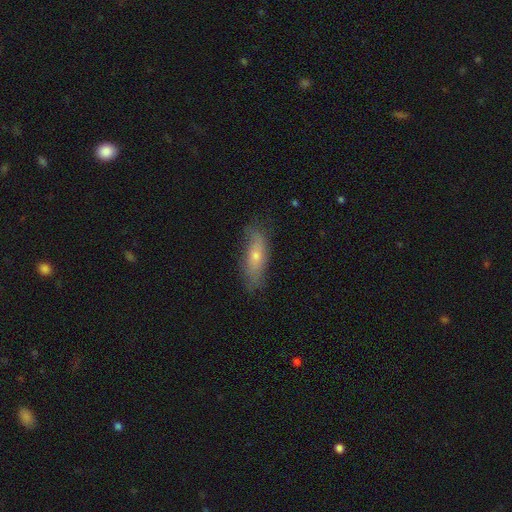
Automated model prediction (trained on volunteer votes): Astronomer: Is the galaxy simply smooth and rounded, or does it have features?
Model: smooth — 55% (runner-up: featured or disk, 37%).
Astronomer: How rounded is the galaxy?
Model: in between — 54% (runner-up: cigar-shaped, 43%).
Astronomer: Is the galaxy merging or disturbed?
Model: none — 69%.